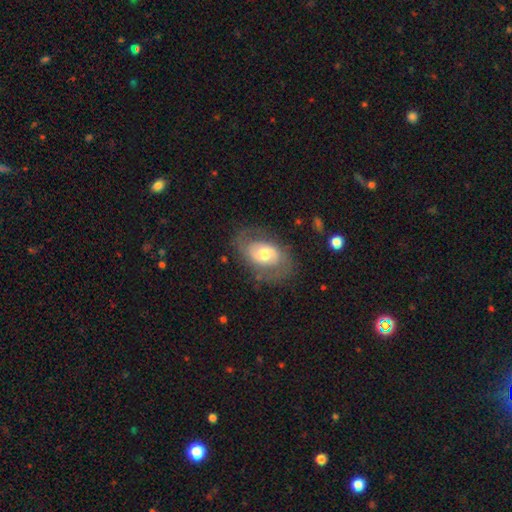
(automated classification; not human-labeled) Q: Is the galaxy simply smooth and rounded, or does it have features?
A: featured or disk — 62%.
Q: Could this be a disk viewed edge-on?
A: no — 94%.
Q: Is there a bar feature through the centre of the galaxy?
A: no — 60%.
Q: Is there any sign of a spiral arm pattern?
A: yes — 70%.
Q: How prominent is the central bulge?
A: moderate — 65%.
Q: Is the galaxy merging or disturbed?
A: none — 69%.